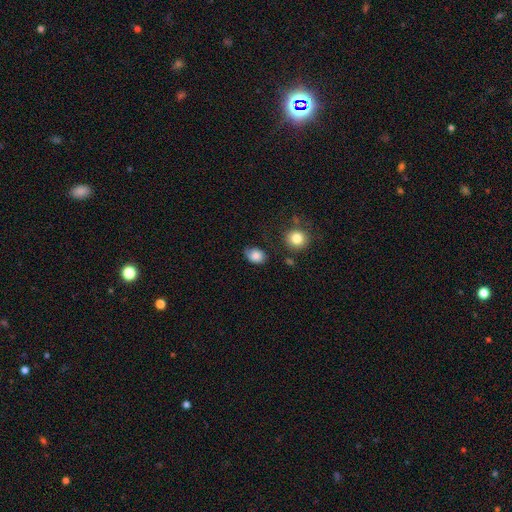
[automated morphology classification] Overall: smooth (81%). How rounded: in between (62%; round 37%). Merging: none (56%; minor disturbance 31%).